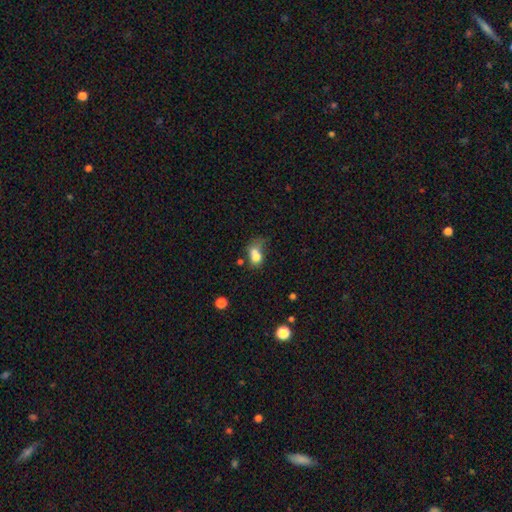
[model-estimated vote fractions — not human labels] Smooth or featured?
  - smooth: 73% *
  - featured or disk: 16%
  - star or artifact: 12%
How rounded?
  - in between: 62% *
  - round: 36%
  - cigar-shaped: 2%
Merging?
  - merger: 42% *
  - none: 21%
  - major disturbance: 20%
  - minor disturbance: 17%